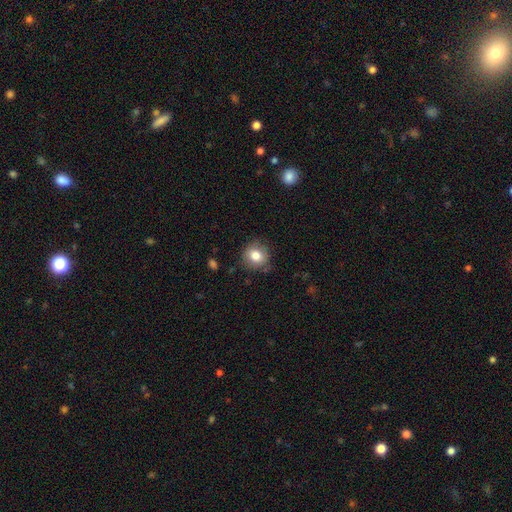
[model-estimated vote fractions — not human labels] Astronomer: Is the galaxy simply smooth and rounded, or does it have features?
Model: smooth — 80%.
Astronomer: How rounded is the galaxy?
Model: round — 87%.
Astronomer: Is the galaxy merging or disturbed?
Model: none — 82%.